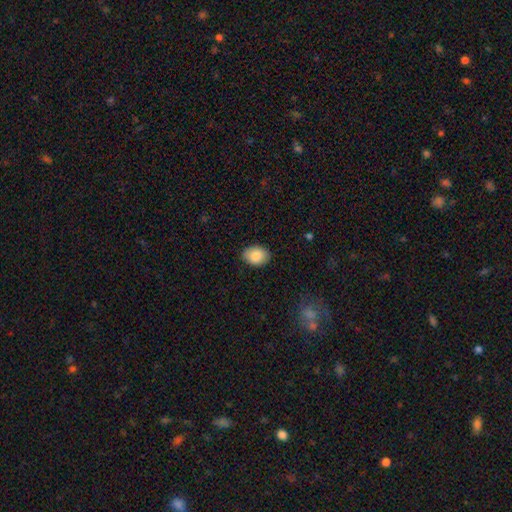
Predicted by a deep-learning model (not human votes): Smooth or featured: smooth — 87% (star or artifact — 7%)
How rounded: in between — 75% (round — 24%)
Merging: none — 87% (minor disturbance — 10%)